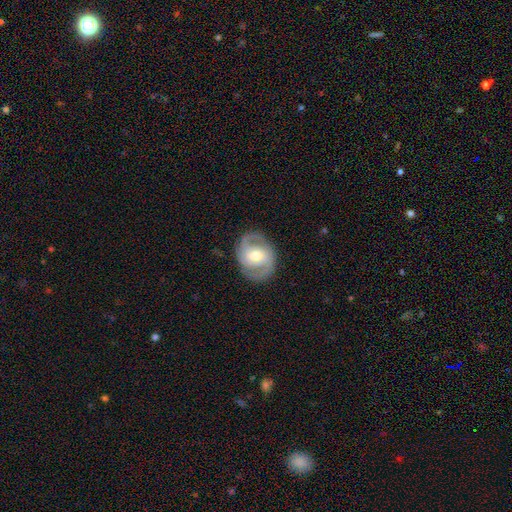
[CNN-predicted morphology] A featured or disk galaxy (79%) with a weak bar (43%), 2 (87%) medium (49%) spiral arms (90%) and a moderate central bulge (69%).

Vote fractions:
- Smooth or featured? featured or disk: 79% / smooth: 16% / star or artifact: 5%
- Edge-on disk? no: 97% / yes: 3%
- Bar? weak: 43% / no: 38% / strong: 19%
- Spiral arms? yes: 90% / no: 10%
- Spiral winding? medium: 49% / tight: 36% / loose: 15%
- Spiral arm count? 2: 87% / can't tell: 6% / 3: 3% / 1: 2% / 4: 1% / more than 4: 1%
- Bulge size? moderate: 69% / small: 23% / large: 7% / none: 1% / dominant: 1%
- Merging? none: 84% / minor disturbance: 11% / major disturbance: 4% / merger: 1%